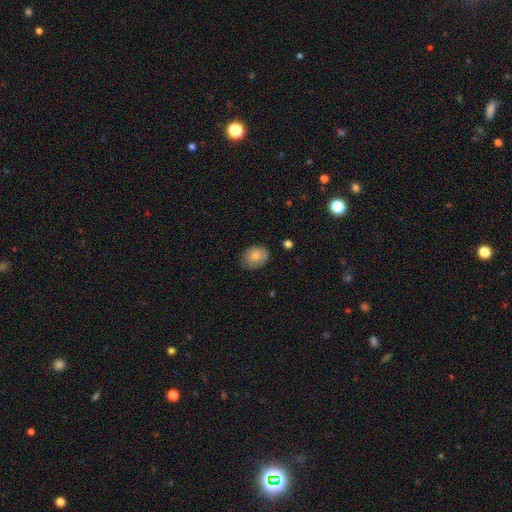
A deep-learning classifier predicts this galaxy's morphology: smooth_or_featured: smooth (p=0.83) [alt: featured or disk p=0.10]
how_rounded: in between (p=0.55) [alt: round p=0.44]
merging: none (p=0.74) [alt: minor disturbance p=0.21]